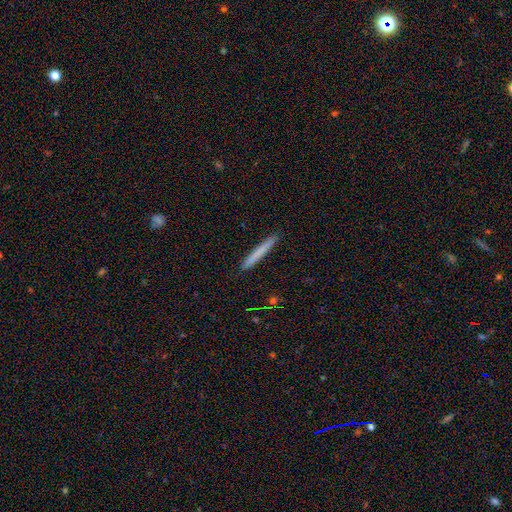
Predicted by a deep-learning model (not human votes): smooth-or-featured: smooth: 72% | featured or disk: 22% | star or artifact: 6%
  how-rounded: cigar-shaped: 97% | in between: 2% | round: 1%
  merging: none: 92% | minor disturbance: 6% | major disturbance: 1% | merger: 1%